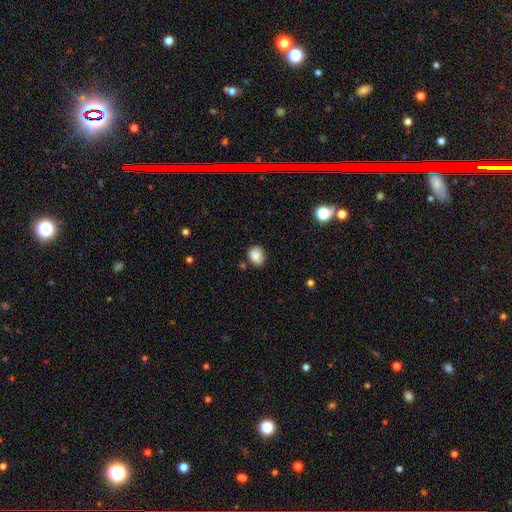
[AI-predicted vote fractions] Overall: smooth (85%). How rounded: round (52%; in between 47%). Merging: none (78%).